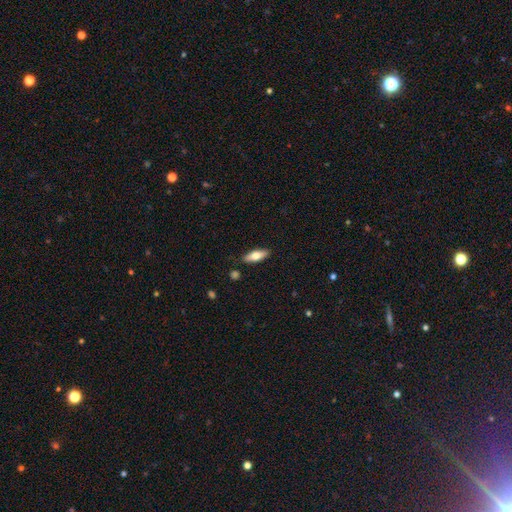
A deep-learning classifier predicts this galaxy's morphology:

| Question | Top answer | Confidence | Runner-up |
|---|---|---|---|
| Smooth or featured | smooth | 69% | featured or disk (25%) |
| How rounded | in between | 62% | cigar-shaped (35%) |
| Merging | none | 86% | minor disturbance (10%) |